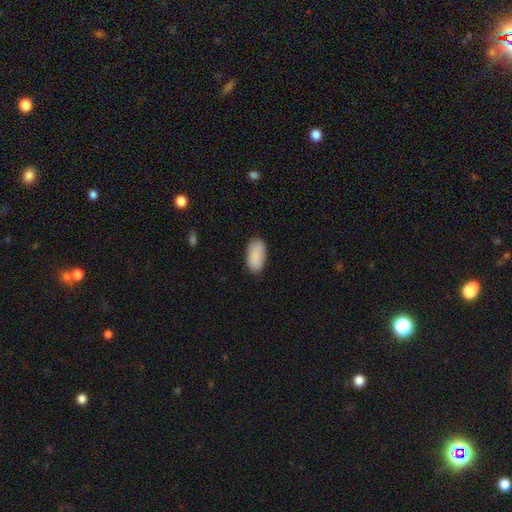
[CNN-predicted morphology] A smooth galaxy with no disk features (89%) that is in between round and cigar-shaped (95%). Merging: none (84%).